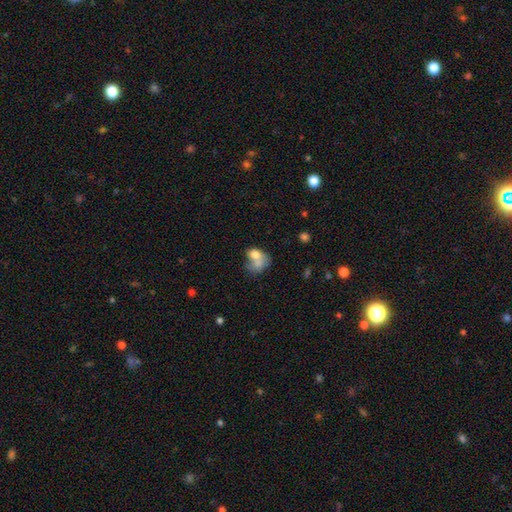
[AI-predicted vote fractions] smooth_or_featured: smooth (p=0.68) [alt: featured or disk p=0.23]
how_rounded: in between (p=0.66) [alt: round p=0.32]
merging: merger (p=0.63) [alt: none p=0.17]